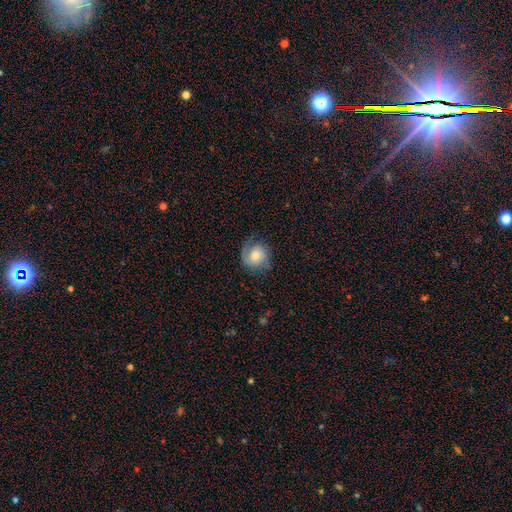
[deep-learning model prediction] This is possibly a featured or disk galaxy (49%). Merging: likely none (68%).